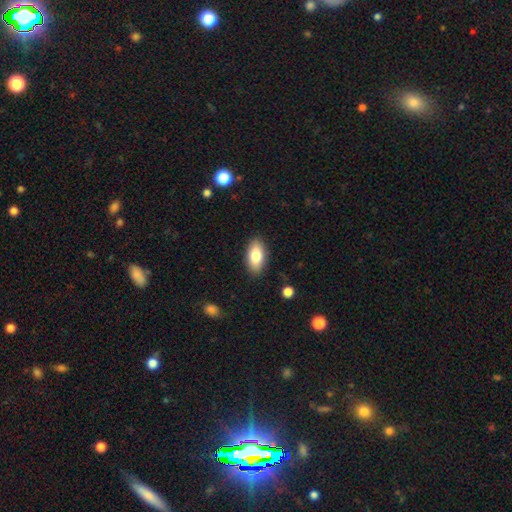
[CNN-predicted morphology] smooth_or_featured: smooth (p=0.80) [alt: featured or disk p=0.13]
how_rounded: in between (p=0.91) [alt: cigar-shaped p=0.05]
merging: none (p=0.88) [alt: minor disturbance p=0.09]